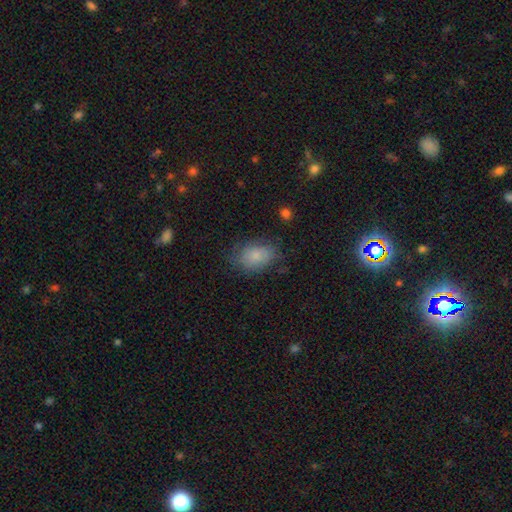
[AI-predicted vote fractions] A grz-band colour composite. It shows a smooth galaxy with no disk features (81%) that is in between round and cigar-shaped (80%). Merging: none (69%).